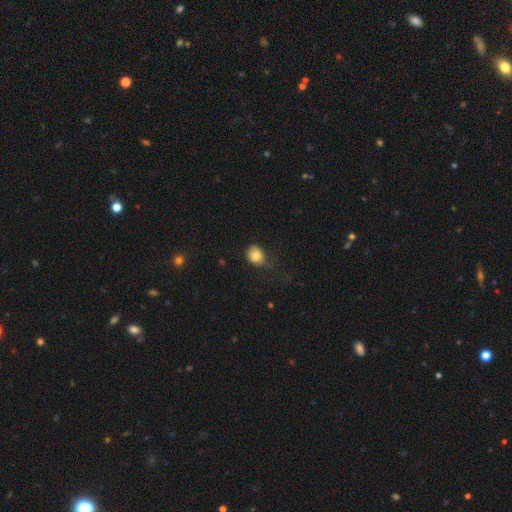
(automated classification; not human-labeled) Smooth or featured? Predicted: smooth (p=0.82). How rounded? Predicted: round (p=0.55). Merging? Predicted: none (p=0.52).